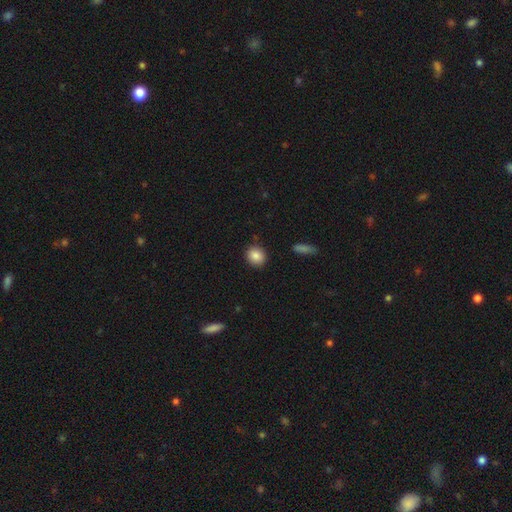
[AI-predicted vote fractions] smooth 87%, star or artifact 8%, featured or disk 5%. Down the decision tree: how rounded — round (81%); merging — none (90%).